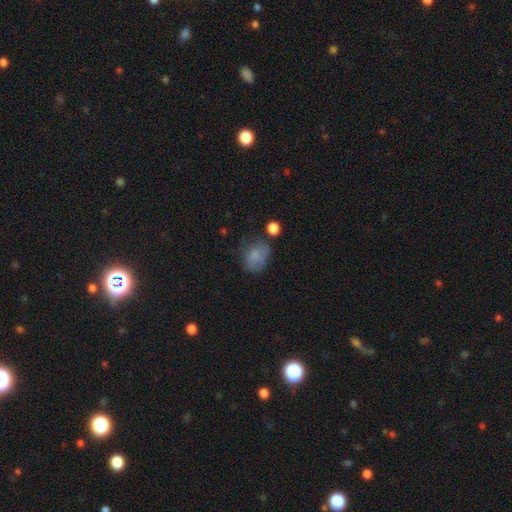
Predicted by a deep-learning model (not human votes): This is likely a smooth galaxy (78%). How rounded: possibly in between (57%). Merging: possibly none (51%).